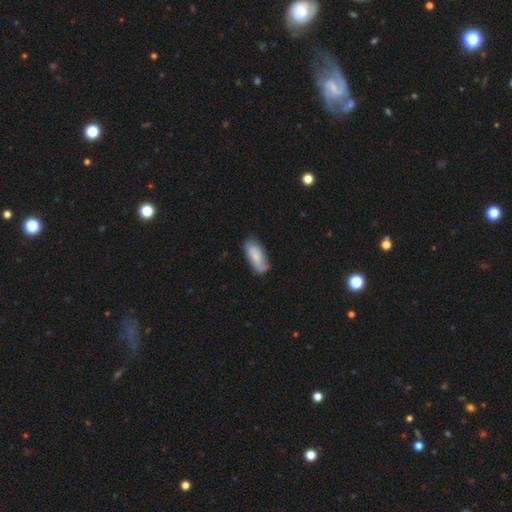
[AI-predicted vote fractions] Morphology: type=smooth (74%); roundness=in between (83%); merging=none (66%).